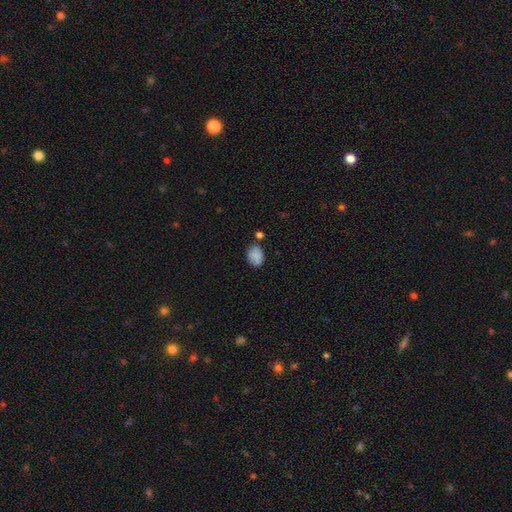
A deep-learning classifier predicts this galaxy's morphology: smooth 83%, star or artifact 9%, featured or disk 8%. Down the decision tree: how rounded — in between (62%); merging — none (68%).